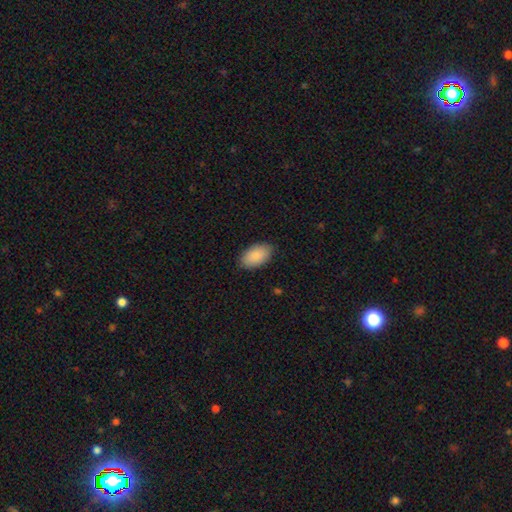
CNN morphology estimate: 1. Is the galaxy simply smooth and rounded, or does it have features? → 89% smooth, 6% star or artifact, 5% featured or disk.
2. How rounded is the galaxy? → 95% in between, 3% round, 1% cigar-shaped.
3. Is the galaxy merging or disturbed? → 87% none, 10% minor disturbance, 2% major disturbance, 1% merger.